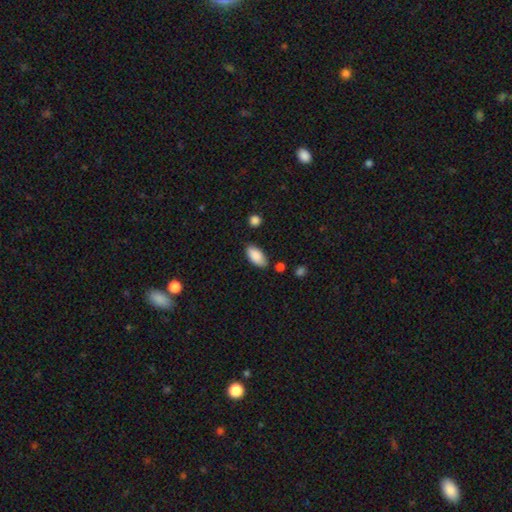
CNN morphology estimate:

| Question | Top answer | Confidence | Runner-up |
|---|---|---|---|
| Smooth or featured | smooth | 88% | star or artifact (6%) |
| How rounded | in between | 92% | cigar-shaped (5%) |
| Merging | none | 79% | minor disturbance (15%) |